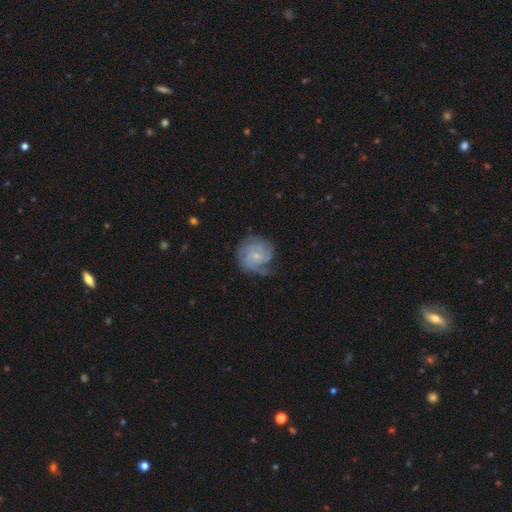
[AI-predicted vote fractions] The model was most divided on "spiral arm count": can't tell: 40%, 2: 21%, 3: 18%, 1: 8%, 4: 8%, more than 4: 5%. More confident: edge-on disk — no (98%); spiral arms — yes (88%); bulge size — small (72%); bar — no (70%); smooth or featured — featured or disk (66%); merging — none (57%); spiral winding — tight (52%).